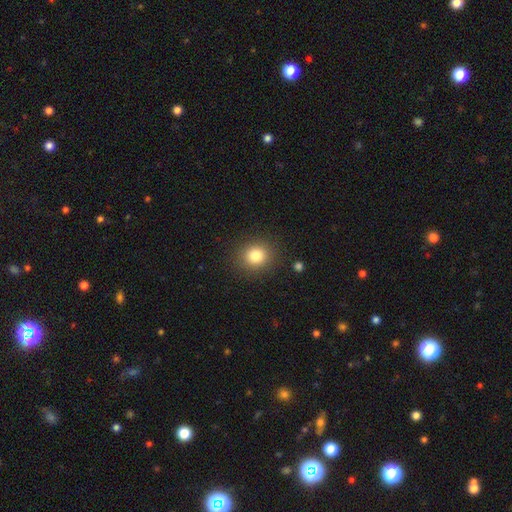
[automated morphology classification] This is clearly a smooth galaxy (82%). How rounded: likely round (80%). Merging: clearly none (88%).